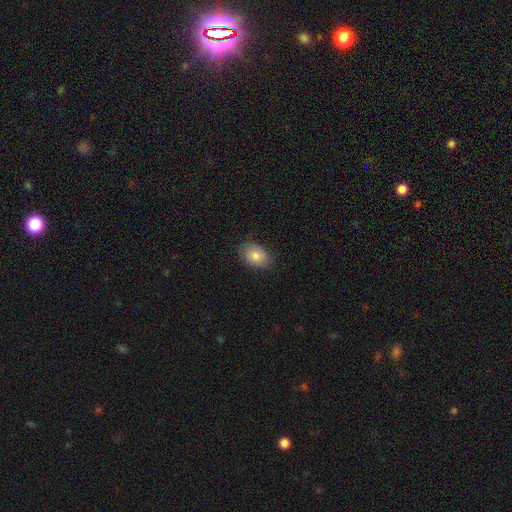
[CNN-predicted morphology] type=smooth (80%); roundness=in between (80%); merging=none (80%).